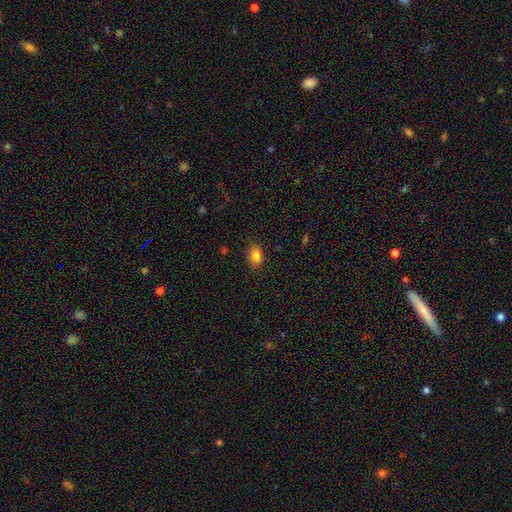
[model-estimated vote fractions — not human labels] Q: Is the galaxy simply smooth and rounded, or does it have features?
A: smooth — 85%.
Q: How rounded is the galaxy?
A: in between — 70%.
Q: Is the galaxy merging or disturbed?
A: none — 86%.